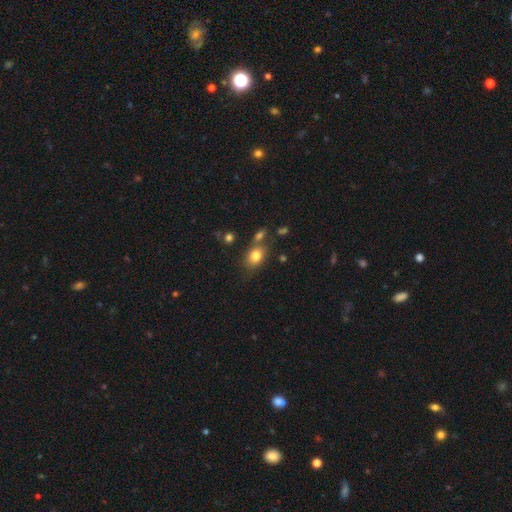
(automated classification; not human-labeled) The model was most divided on "how rounded": in between: 67%, round: 32%, cigar-shaped: 2%. More confident: smooth or featured — smooth (80%); merging — none (63%).